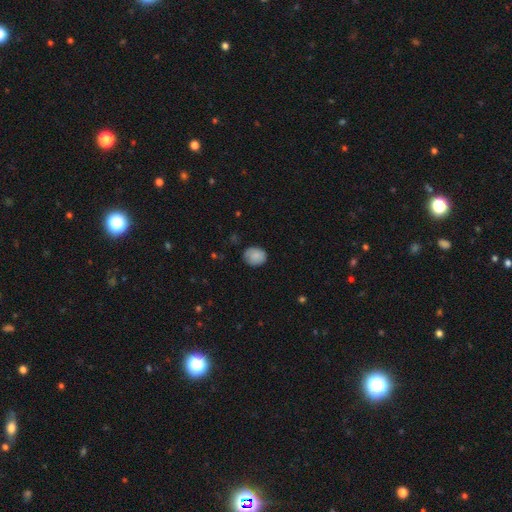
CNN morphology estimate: The model was most divided on "how rounded": round: 59%, in between: 40%, cigar-shaped: 1%. More confident: smooth or featured — smooth (86%); merging — none (76%).